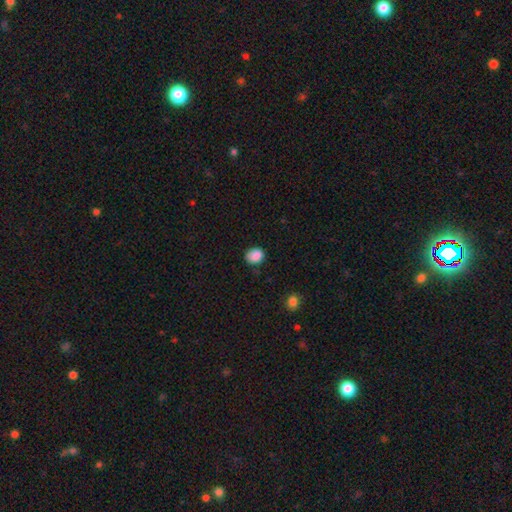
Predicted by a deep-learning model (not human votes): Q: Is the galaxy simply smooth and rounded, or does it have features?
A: smooth — 87%.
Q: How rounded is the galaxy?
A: round — 58%.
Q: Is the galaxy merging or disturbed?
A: none — 76%.